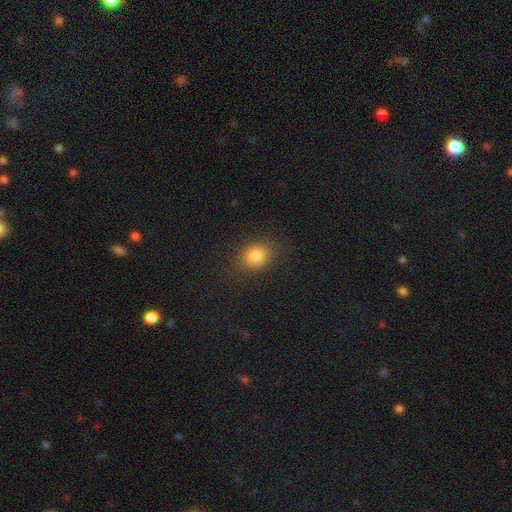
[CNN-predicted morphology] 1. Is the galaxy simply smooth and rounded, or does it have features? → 82% smooth, 12% star or artifact, 6% featured or disk.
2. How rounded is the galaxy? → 56% round, 43% in between, 1% cigar-shaped.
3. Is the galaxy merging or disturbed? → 83% none, 12% minor disturbance, 4% major disturbance, 1% merger.